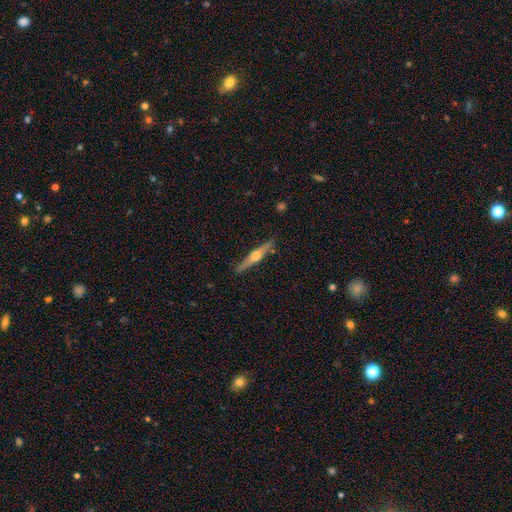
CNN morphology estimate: This appears to be a featured or disk galaxy (75%) viewed edge-on (98%) with a rounded central bulge (95%). Merging: none (90%).